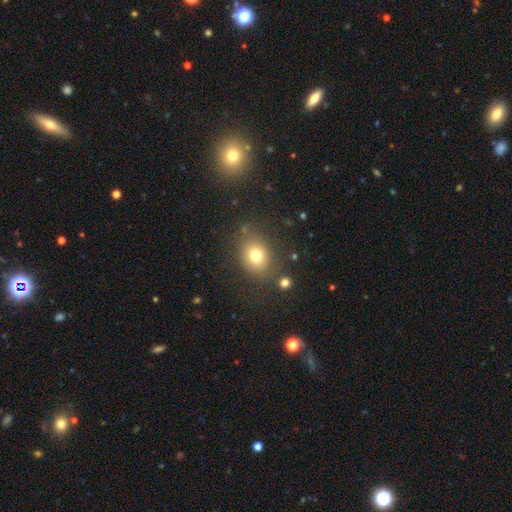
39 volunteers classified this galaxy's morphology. A smooth galaxy with no disk features (72%) that is round (68%). Merging: none (89%).